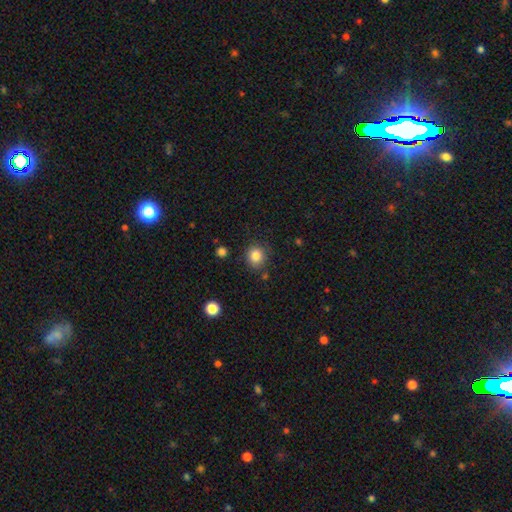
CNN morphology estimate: smooth-or-featured: smooth: 84% | star or artifact: 11% | featured or disk: 5%
  how-rounded: round: 84% | in between: 15% | cigar-shaped: 1%
  merging: none: 83% | minor disturbance: 11% | merger: 3% | major disturbance: 3%